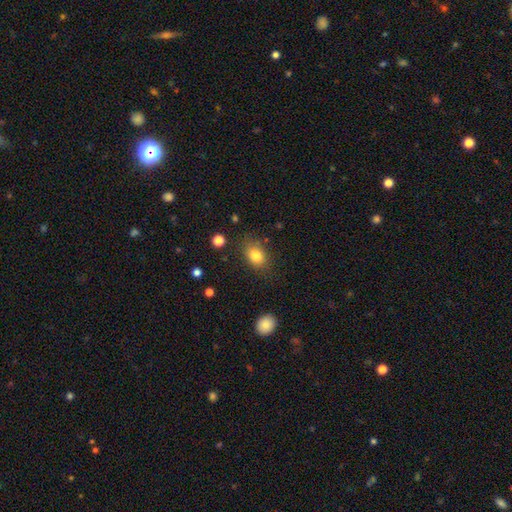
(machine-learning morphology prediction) smooth 82%, star or artifact 10%, featured or disk 8%. Down the decision tree: how rounded — in between (72%); merging — none (79%).